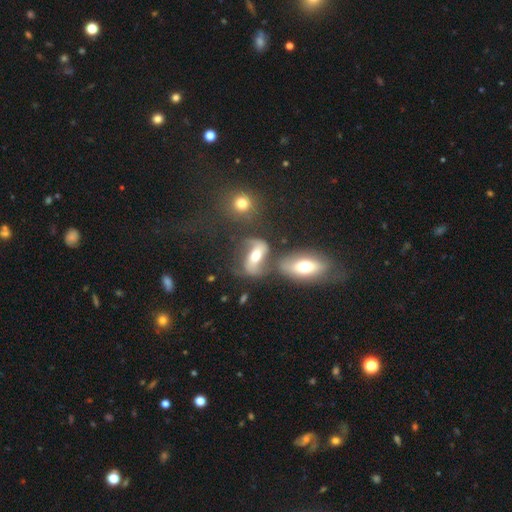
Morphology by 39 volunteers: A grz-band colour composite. It shows a featured or disk galaxy (69%) with no bar (40%), 2 (96%) loose (91%) spiral arms (92%) and a moderate central bulge (88%). Merging: none (32%, tied with merger).